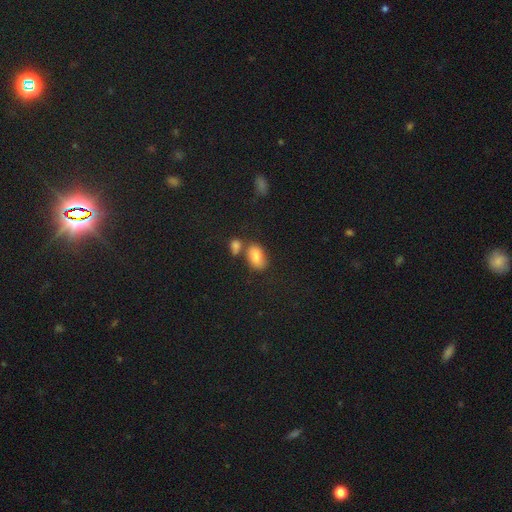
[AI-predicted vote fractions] Overall: smooth (81%). How rounded: in between (86%). Merging: none (50%; merger 30%).